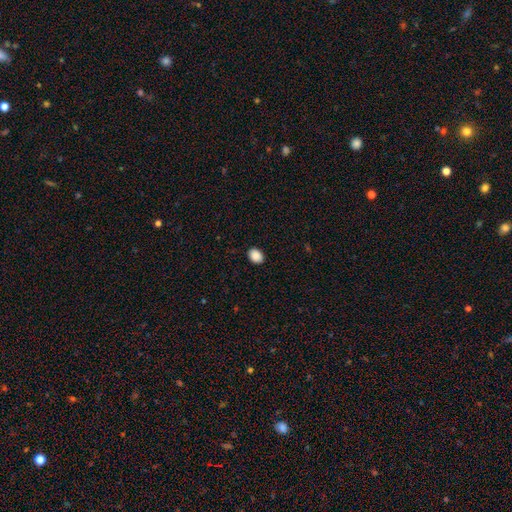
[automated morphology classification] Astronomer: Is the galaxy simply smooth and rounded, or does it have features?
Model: smooth — 90%.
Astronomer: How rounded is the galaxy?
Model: in between — 67%.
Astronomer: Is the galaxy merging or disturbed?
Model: none — 90%.